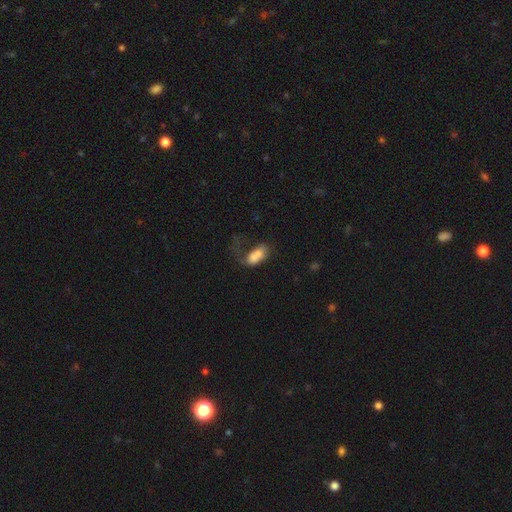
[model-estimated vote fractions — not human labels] smooth-or-featured: smooth: 65% | featured or disk: 25% | star or artifact: 10%
  how-rounded: in between: 85% | round: 10% | cigar-shaped: 5%
  merging: merger: 41% | major disturbance: 31% | none: 16% | minor disturbance: 12%